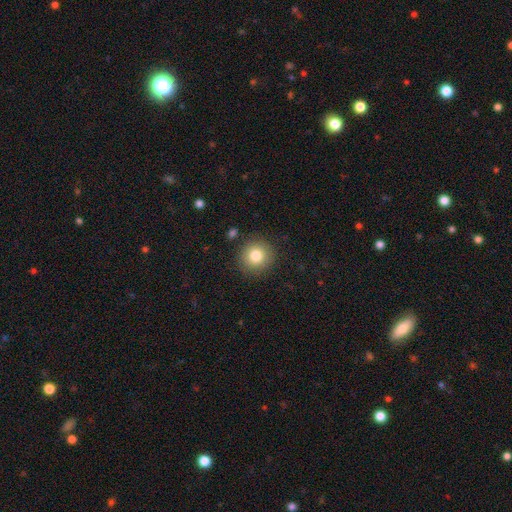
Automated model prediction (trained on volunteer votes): A smooth galaxy with no disk features (82%) that is round (92%). Merging: none (88%).